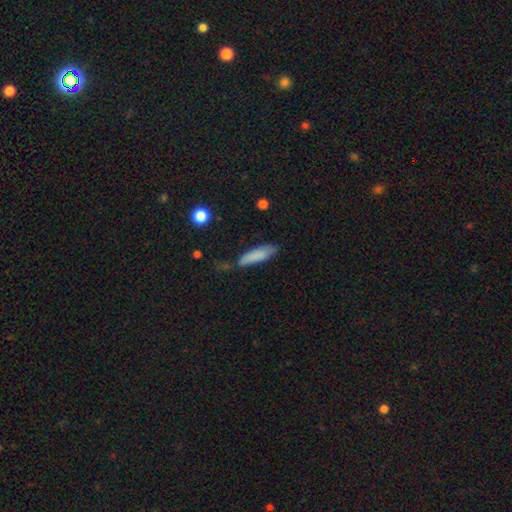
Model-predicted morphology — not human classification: type=smooth (83%); roundness=cigar-shaped (66%); merging=none (62%).